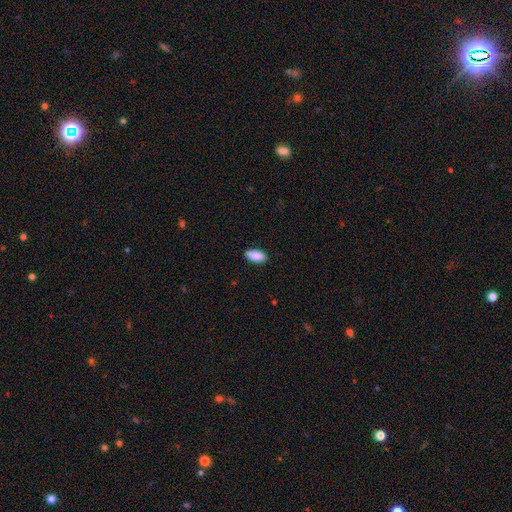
Q: Smooth or featured?
A: smooth (95%); runner-up: star or artifact (5%)
Q: How rounded?
A: in between (95%); runner-up: cigar-shaped (5%)
Q: Merging?
A: none (81%); runner-up: minor disturbance (16%)